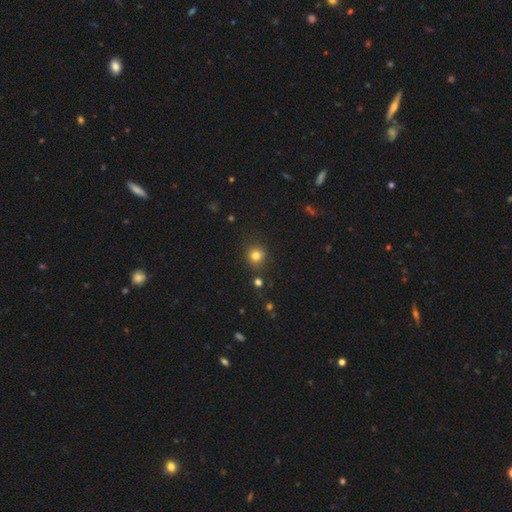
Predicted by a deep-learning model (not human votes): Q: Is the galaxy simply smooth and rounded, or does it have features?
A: smooth — 79%.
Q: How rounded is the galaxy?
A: round — 85%.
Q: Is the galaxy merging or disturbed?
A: none — 81%.